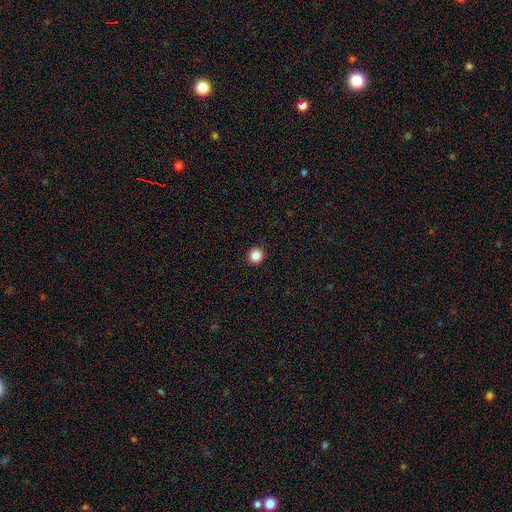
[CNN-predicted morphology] smooth-or-featured: smooth: 86% | star or artifact: 11% | featured or disk: 3%
  how-rounded: round: 95% | in between: 5% | cigar-shaped: 1%
  merging: none: 93% | minor disturbance: 4% | major disturbance: 1% | merger: 1%